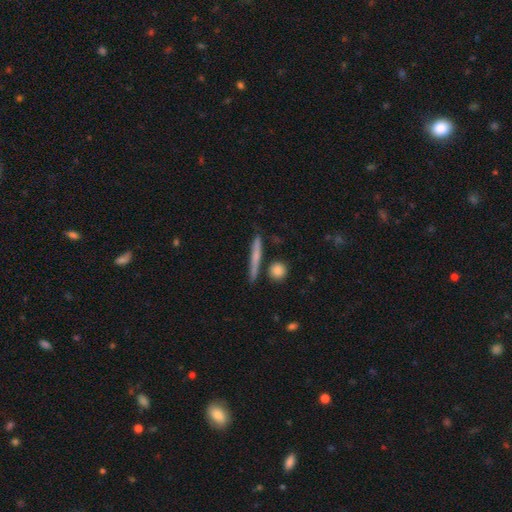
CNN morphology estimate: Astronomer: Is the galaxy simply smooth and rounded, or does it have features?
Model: smooth — 58% (runner-up: featured or disk, 35%).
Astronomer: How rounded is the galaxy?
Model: cigar-shaped — 91%.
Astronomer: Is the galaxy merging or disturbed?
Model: none — 80%.